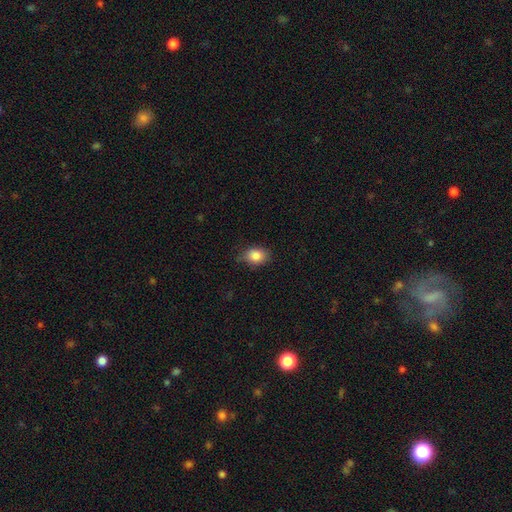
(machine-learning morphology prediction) Smooth or featured? Predicted: smooth (p=0.85). How rounded? Predicted: in between (p=0.65). Merging? Predicted: none (p=0.74).